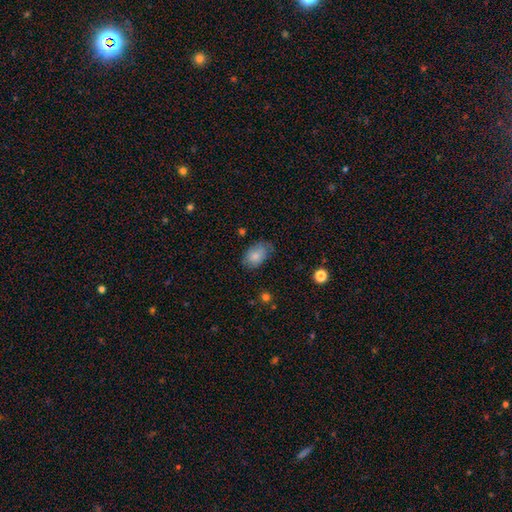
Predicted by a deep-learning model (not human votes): smooth_or_featured: smooth (p=0.79) [alt: featured or disk p=0.13]
how_rounded: in between (p=0.84) [alt: round p=0.15]
merging: none (p=0.61) [alt: minor disturbance p=0.29]